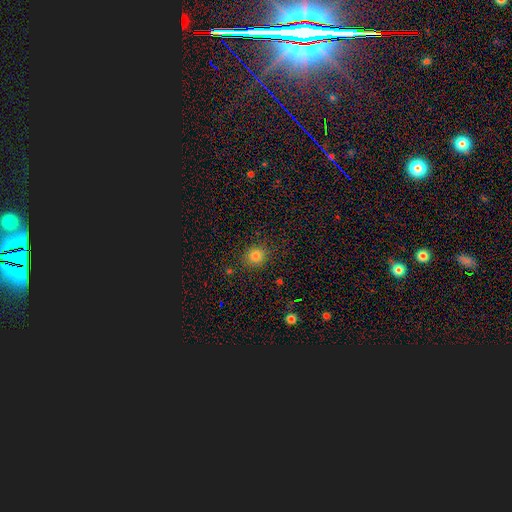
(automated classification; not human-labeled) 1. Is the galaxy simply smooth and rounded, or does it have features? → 81% smooth, 14% star or artifact, 5% featured or disk.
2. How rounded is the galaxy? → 84% round, 15% in between, 1% cigar-shaped.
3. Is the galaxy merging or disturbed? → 87% none, 9% minor disturbance, 3% major disturbance, 2% merger.